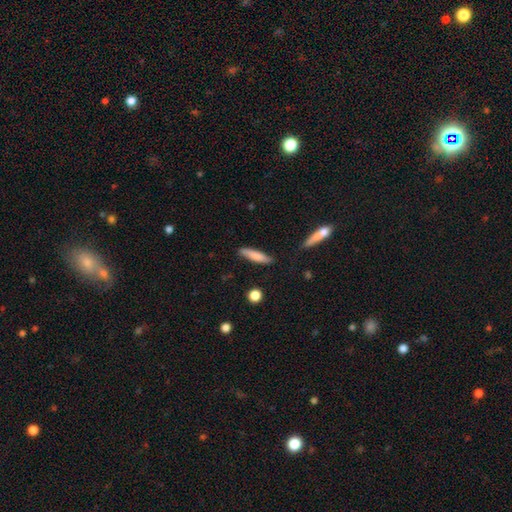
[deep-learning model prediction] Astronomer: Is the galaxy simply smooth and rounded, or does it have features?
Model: smooth — 76%.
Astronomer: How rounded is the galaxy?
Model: cigar-shaped — 81%.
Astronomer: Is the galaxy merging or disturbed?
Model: none — 82%.